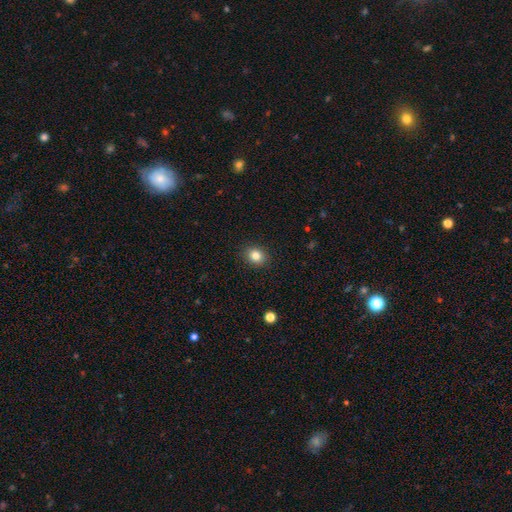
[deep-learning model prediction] A smooth galaxy with no disk features (83%) that is round (67%).

Vote fractions:
- Smooth or featured? smooth: 83% / star or artifact: 11% / featured or disk: 6%
- How rounded? round: 67% / in between: 32% / cigar-shaped: 1%
- Merging? none: 90% / minor disturbance: 7% / major disturbance: 2% / merger: 1%